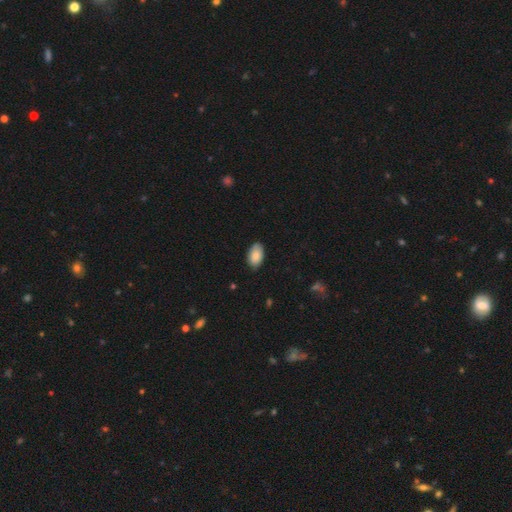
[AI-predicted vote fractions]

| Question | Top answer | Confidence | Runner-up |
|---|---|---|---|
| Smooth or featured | smooth | 86% | featured or disk (7%) |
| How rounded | in between | 94% | round (5%) |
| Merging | none | 82% | minor disturbance (15%) |